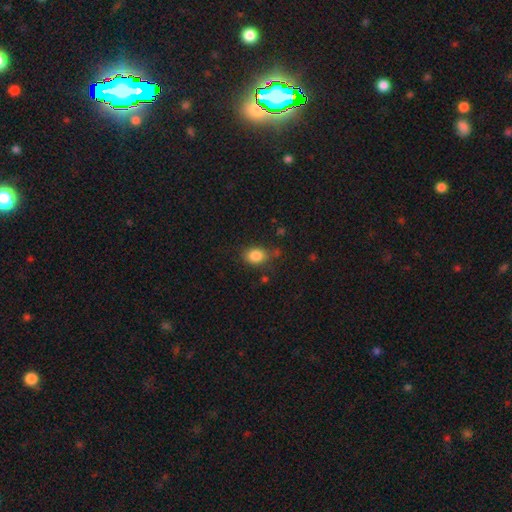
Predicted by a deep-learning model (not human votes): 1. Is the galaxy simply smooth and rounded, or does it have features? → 85% smooth, 10% star or artifact, 6% featured or disk.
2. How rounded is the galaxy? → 60% in between, 39% round, 1% cigar-shaped.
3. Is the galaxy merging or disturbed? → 69% none, 21% minor disturbance, 6% major disturbance, 4% merger.